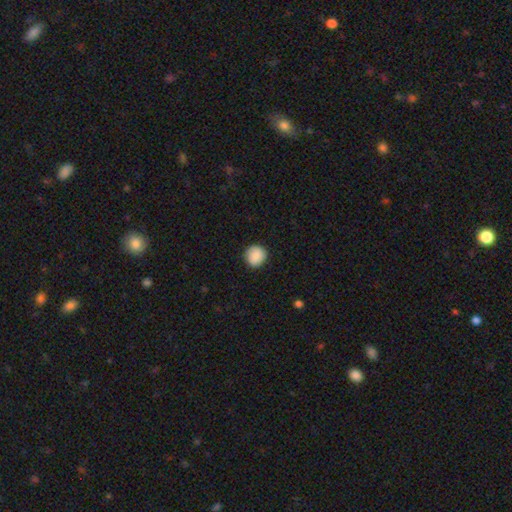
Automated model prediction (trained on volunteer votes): Smooth or featured? smooth (89%)
How rounded? round (92%)
Merging? none (90%)